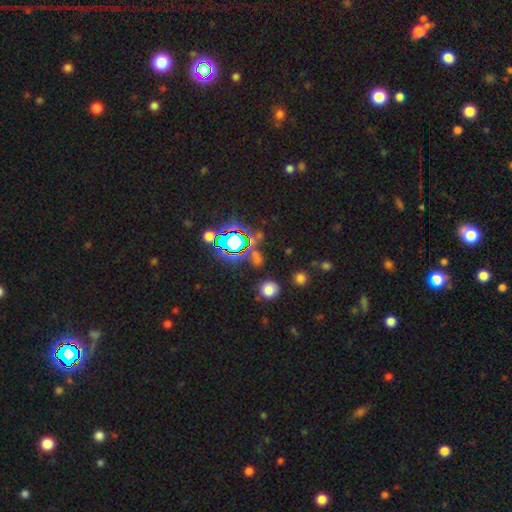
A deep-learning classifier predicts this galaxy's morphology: Overall: star or artifact (65%; smooth 26%).